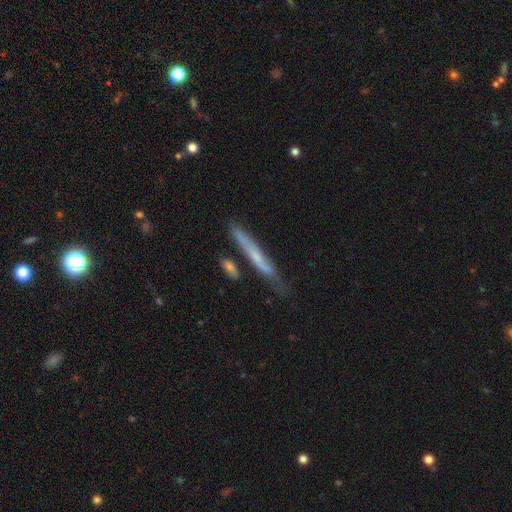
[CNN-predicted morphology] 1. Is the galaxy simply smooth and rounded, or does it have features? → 48% smooth, 45% featured or disk, 7% star or artifact.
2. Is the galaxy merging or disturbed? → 67% none, 21% minor disturbance, 7% merger, 6% major disturbance.